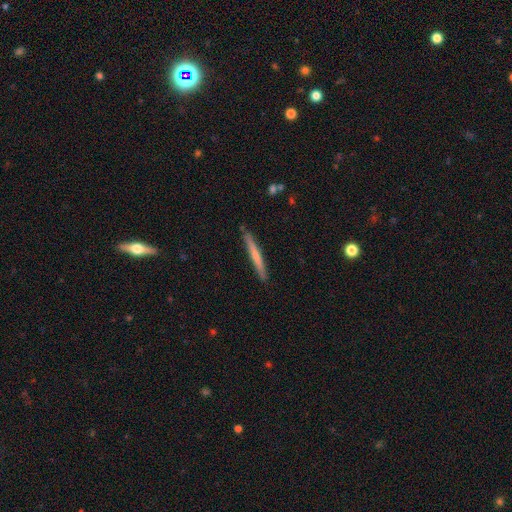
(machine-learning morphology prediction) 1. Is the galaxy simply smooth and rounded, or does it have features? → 57% smooth, 37% featured or disk, 6% star or artifact.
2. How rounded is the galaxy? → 97% cigar-shaped, 2% in between, 1% round.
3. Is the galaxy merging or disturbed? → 90% none, 8% minor disturbance, 1% major disturbance, 1% merger.